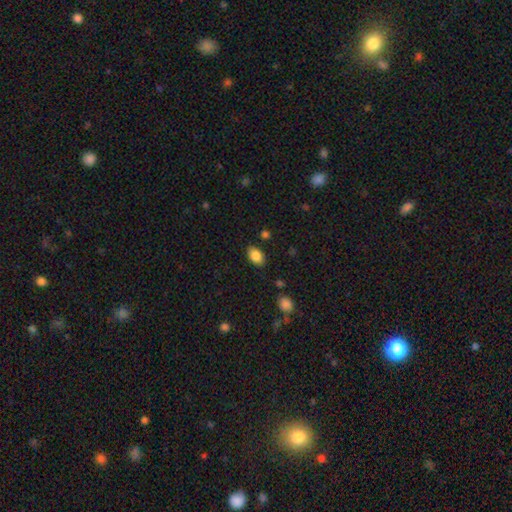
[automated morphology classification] Smooth or featured? Predicted: smooth (p=0.85). How rounded? Predicted: in between (p=0.87). Merging? Predicted: none (p=0.84).